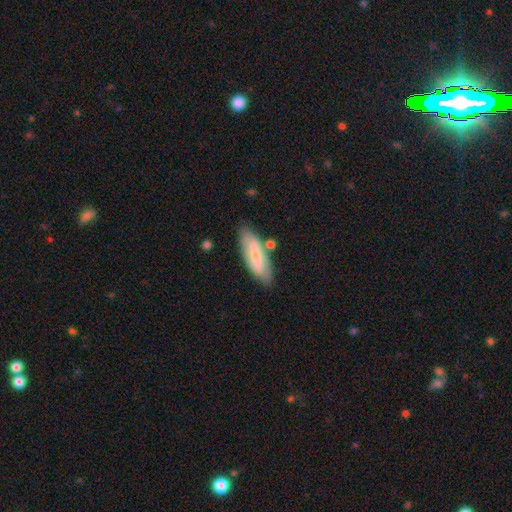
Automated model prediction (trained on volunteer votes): Q: Smooth or featured?
A: smooth (60%); runner-up: featured or disk (34%)
Q: How rounded?
A: in between (51%); runner-up: cigar-shaped (47%)
Q: Merging?
A: none (75%); runner-up: minor disturbance (16%)